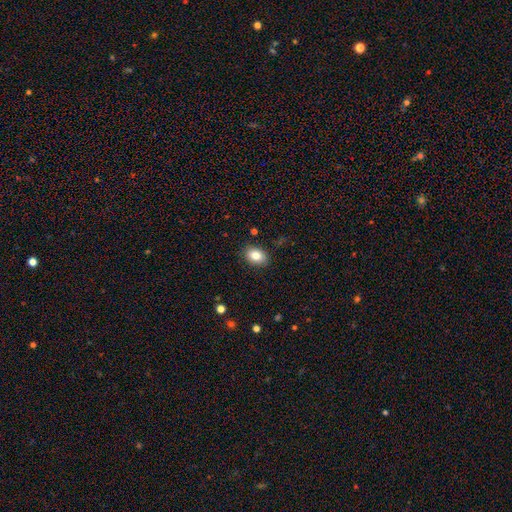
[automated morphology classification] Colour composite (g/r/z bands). It shows a smooth galaxy with no disk features (82%) that is in between round and cigar-shaped (78%). Merging: none (88%).